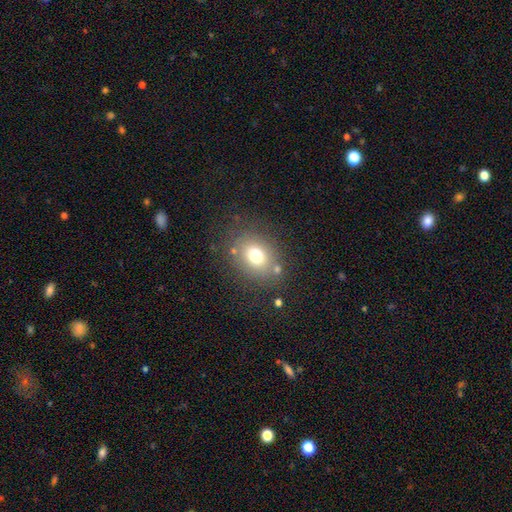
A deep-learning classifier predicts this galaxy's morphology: Smooth or featured?
  - smooth: 73% *
  - featured or disk: 14%
  - star or artifact: 13%
How rounded?
  - in between: 53% *
  - round: 46%
  - cigar-shaped: 1%
Merging?
  - none: 75% *
  - minor disturbance: 13%
  - major disturbance: 6%
  - merger: 6%